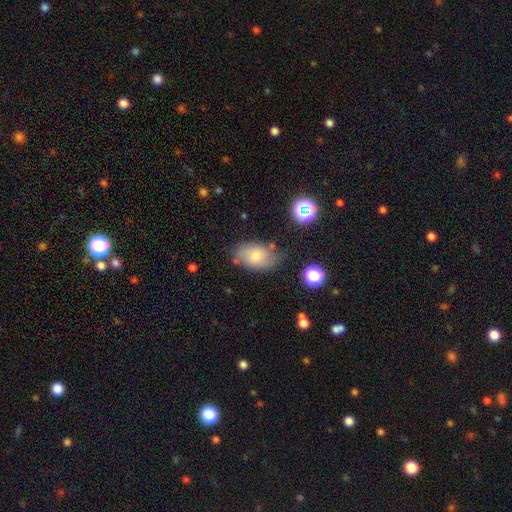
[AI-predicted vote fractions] smooth_or_featured: smooth (p=0.69) [alt: featured or disk p=0.21]
how_rounded: in between (p=0.86) [alt: round p=0.12]
merging: none (p=0.67) [alt: minor disturbance p=0.22]